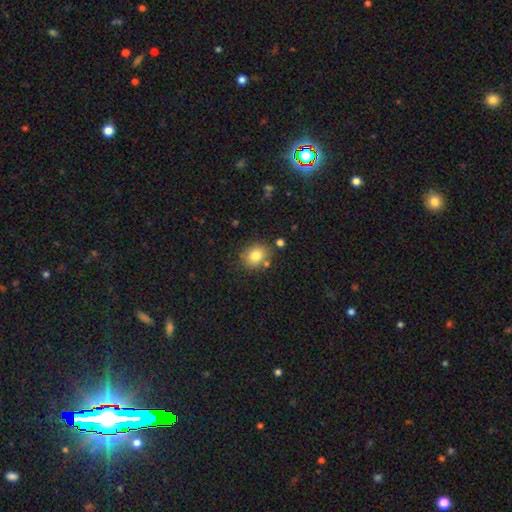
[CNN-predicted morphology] smooth 80%, featured or disk 10%, star or artifact 10%. Down the decision tree: how rounded — round (51%); merging — none (76%).